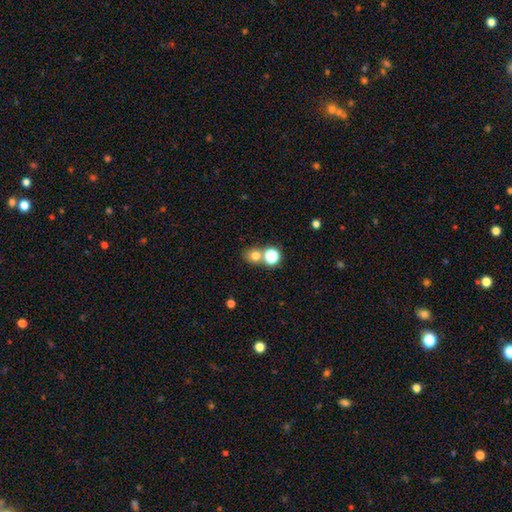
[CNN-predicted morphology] A smooth galaxy with no disk features (73%) that is round (78%). Merging: none (56%).